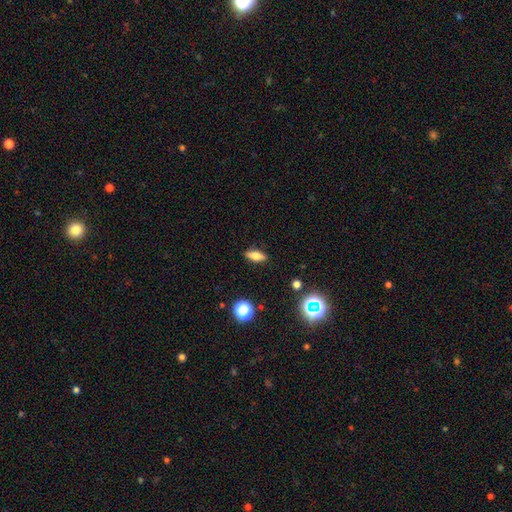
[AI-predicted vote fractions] Smooth or featured? Predicted: smooth (p=0.65). How rounded? Predicted: in between (p=0.66). Merging? Predicted: none (p=0.88).